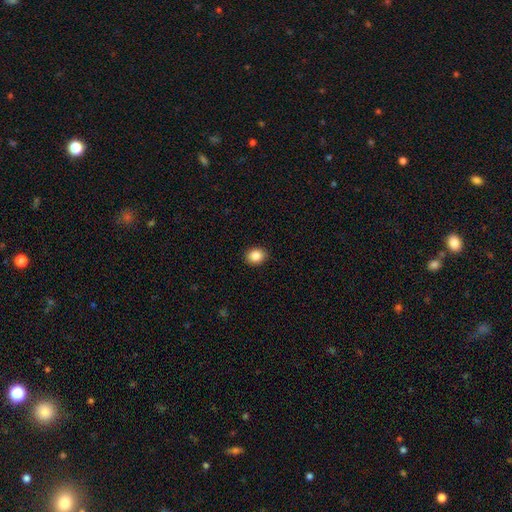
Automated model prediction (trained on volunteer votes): Smooth or featured?
  - smooth: 86% *
  - star or artifact: 9%
  - featured or disk: 5%
How rounded?
  - round: 63% *
  - in between: 36%
  - cigar-shaped: 1%
Merging?
  - none: 91% *
  - minor disturbance: 7%
  - major disturbance: 2%
  - merger: 1%